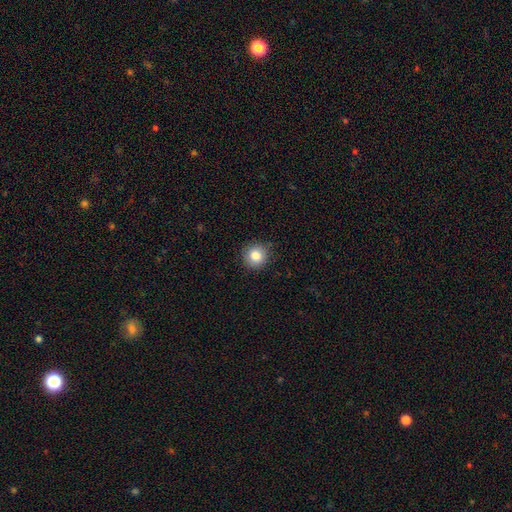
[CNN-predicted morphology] A smooth galaxy with no disk features (83%) that is round (93%). Merging: none (89%).